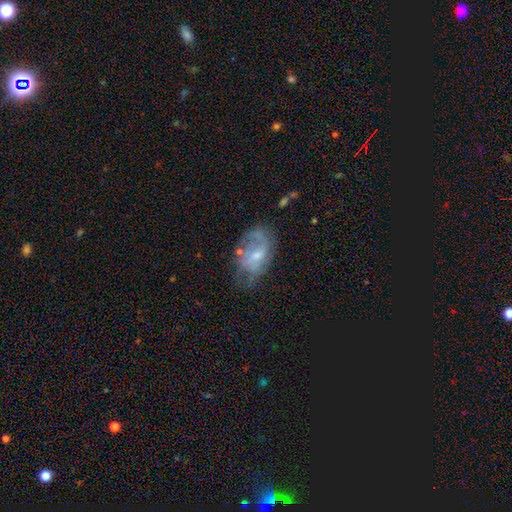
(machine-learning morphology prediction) A featured or disk galaxy (63%) with no bar (59%), spiral arms (72%) and a small central bulge (54%). Merging: none (49%).